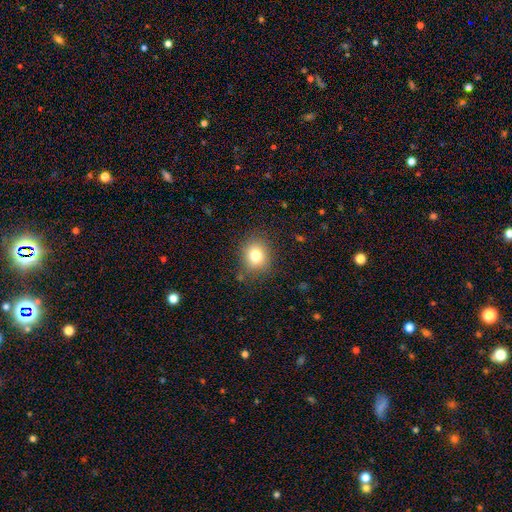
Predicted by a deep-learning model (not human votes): smooth-or-featured: smooth: 79% | star or artifact: 12% | featured or disk: 9%
  how-rounded: round: 72% | in between: 27% | cigar-shaped: 1%
  merging: none: 82% | minor disturbance: 12% | major disturbance: 4% | merger: 2%